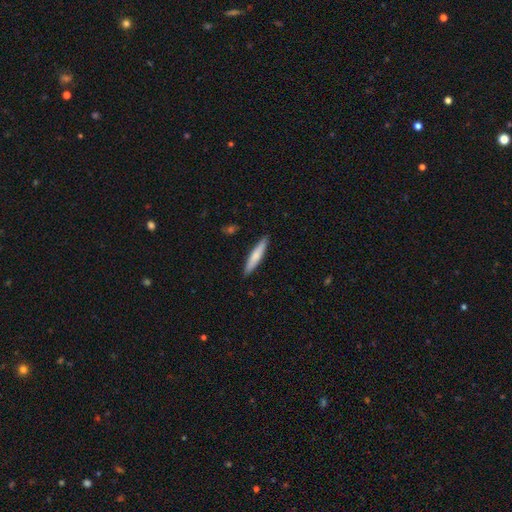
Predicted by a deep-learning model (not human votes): The model was most divided on "smooth or featured": smooth: 72%, featured or disk: 23%, star or artifact: 5%. More confident: merging — none (90%); how rounded — cigar-shaped (90%).